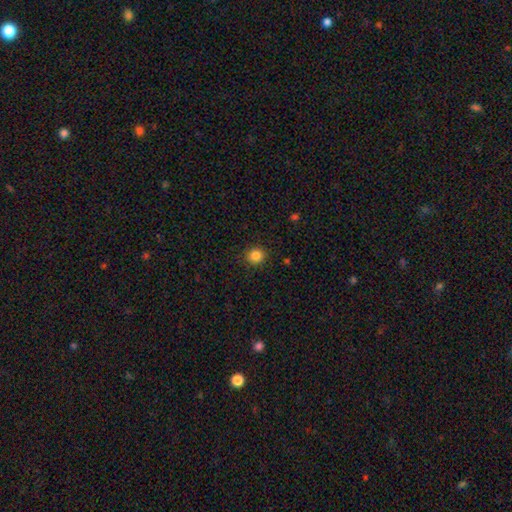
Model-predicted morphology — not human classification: smooth_or_featured: smooth (p=0.84) [alt: star or artifact p=0.11]
how_rounded: round (p=0.91) [alt: in between p=0.08]
merging: none (p=0.91) [alt: minor disturbance p=0.06]